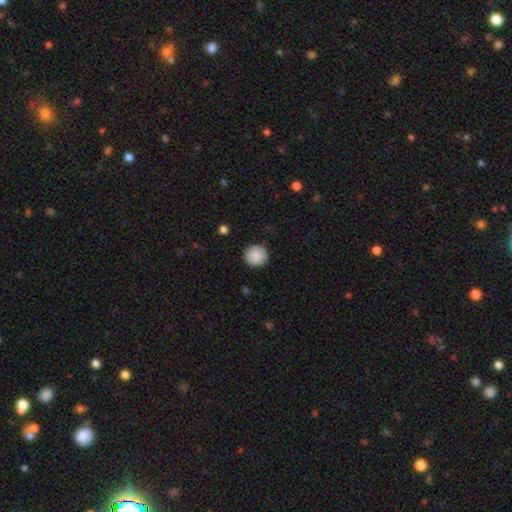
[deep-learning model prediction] smooth 89%, star or artifact 8%, featured or disk 3%. Down the decision tree: how rounded — round (94%); merging — none (91%).